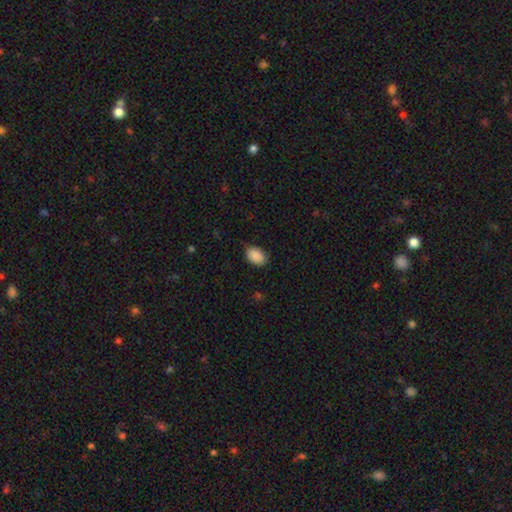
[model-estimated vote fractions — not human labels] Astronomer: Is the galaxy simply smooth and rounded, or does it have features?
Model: smooth — 90%.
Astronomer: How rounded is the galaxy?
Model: in between — 84%.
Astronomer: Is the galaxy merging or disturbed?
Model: none — 81%.